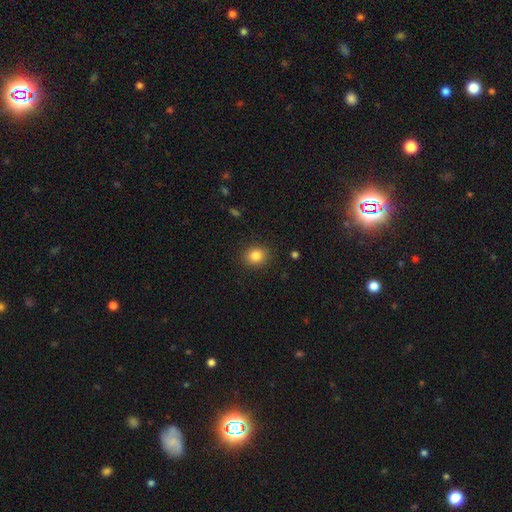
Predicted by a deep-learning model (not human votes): Smooth or featured? Predicted: smooth (p=0.85). How rounded? Predicted: round (p=0.66). Merging? Predicted: none (p=0.89).